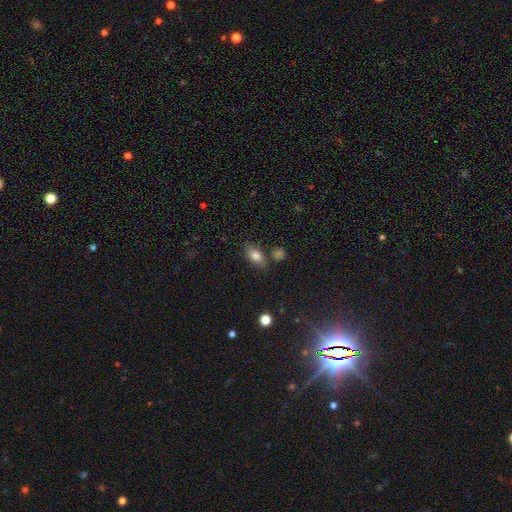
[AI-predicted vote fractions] Smooth or featured?
  - smooth: 79% *
  - featured or disk: 12%
  - star or artifact: 9%
How rounded?
  - in between: 83% *
  - cigar-shaped: 9%
  - round: 8%
Merging?
  - none: 75% *
  - minor disturbance: 14%
  - merger: 7%
  - major disturbance: 4%